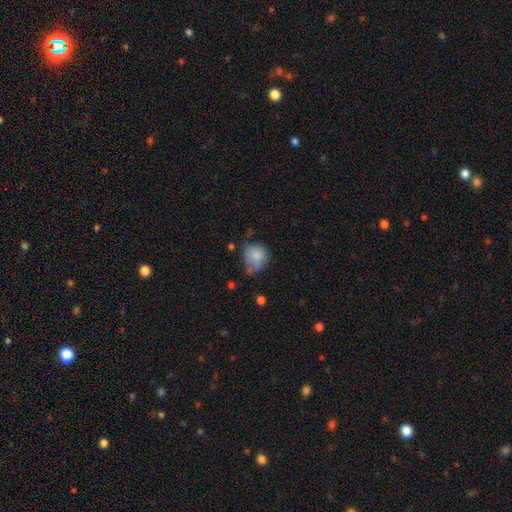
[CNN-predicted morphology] Smooth or featured?
  - smooth: 78% *
  - featured or disk: 14%
  - star or artifact: 9%
How rounded?
  - round: 74% *
  - in between: 25%
  - cigar-shaped: 1%
Merging?
  - none: 46% *
  - minor disturbance: 34%
  - major disturbance: 13%
  - merger: 7%